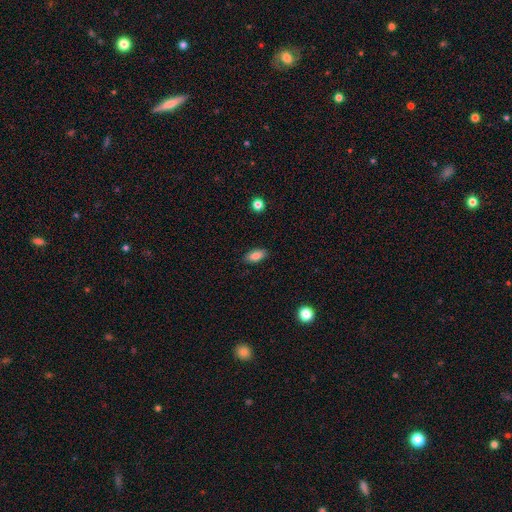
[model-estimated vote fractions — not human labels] Overall: smooth (84%). How rounded: in between (89%). Merging: none (87%).